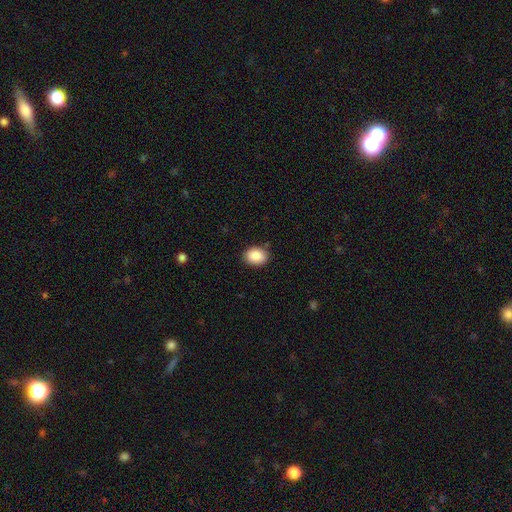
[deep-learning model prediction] This appears to be a smooth galaxy with no disk features (89%) that is in between round and cigar-shaped (68%). Merging: none (86%).